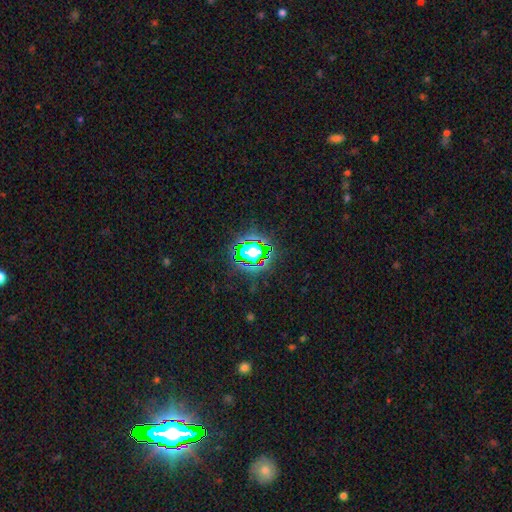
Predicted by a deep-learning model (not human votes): Smooth or featured? Predicted: star or artifact (p=0.66).